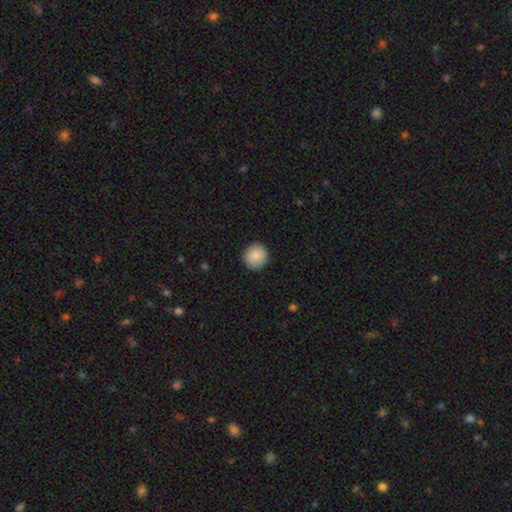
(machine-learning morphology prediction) type=smooth (87%); roundness=round (93%); merging=none (91%).